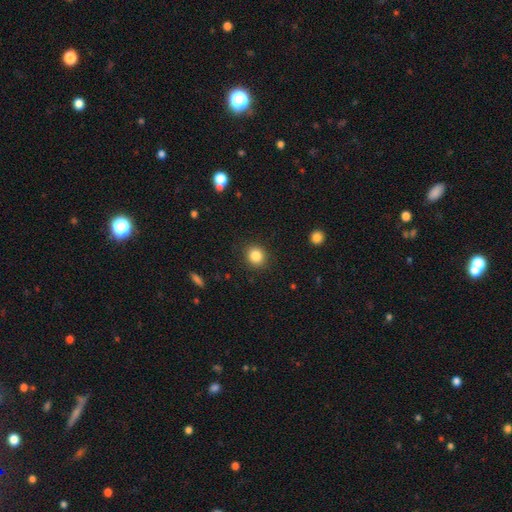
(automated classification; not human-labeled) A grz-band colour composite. It shows a smooth galaxy with no disk features (85%) that is round (85%). Merging: none (90%).